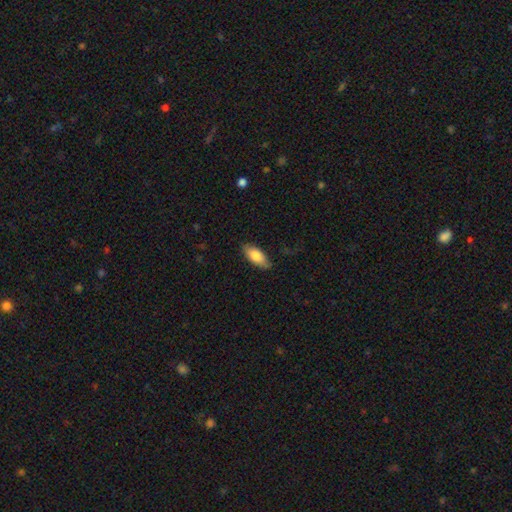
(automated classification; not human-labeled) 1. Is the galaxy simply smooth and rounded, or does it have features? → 80% smooth, 14% featured or disk, 6% star or artifact.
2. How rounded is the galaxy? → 83% in between, 15% cigar-shaped, 2% round.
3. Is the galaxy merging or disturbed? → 83% none, 13% minor disturbance, 3% major disturbance, 1% merger.